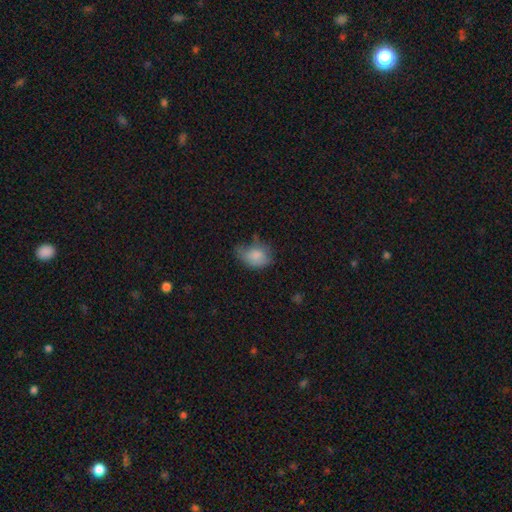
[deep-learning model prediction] Overall: smooth (78%). How rounded: in between (76%). Merging: minor disturbance (40%; none 34%).